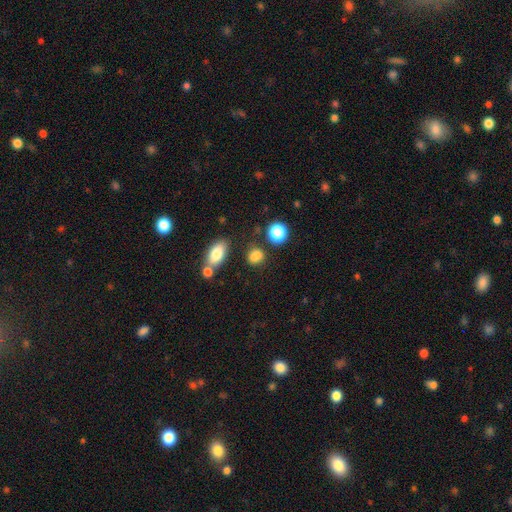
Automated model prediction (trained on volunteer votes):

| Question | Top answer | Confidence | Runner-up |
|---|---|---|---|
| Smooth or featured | smooth | 81% | star or artifact (14%) |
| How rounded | round | 52% | in between (45%) |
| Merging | none | 64% | minor disturbance (17%) |